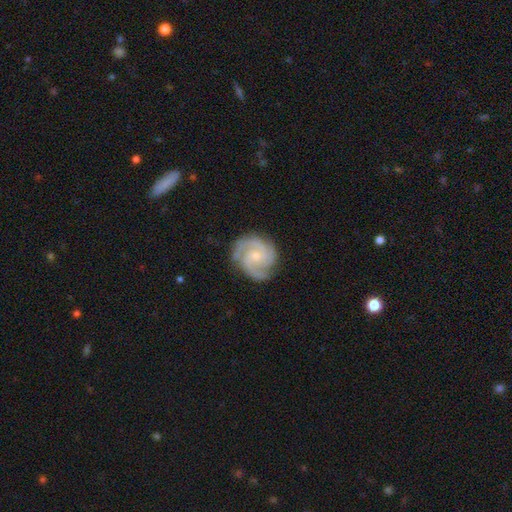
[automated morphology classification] This is clearly a featured or disk galaxy (90%). It is clearly not viewed edge-on (98%). Bar: likely no (66%). Spiral arm pattern: clearly yes (98%). Spiral arm count: possibly 3 (53%). Spiral winding: likely tight (61%). Central bulge: likely small (68%). Merging: likely none (80%).